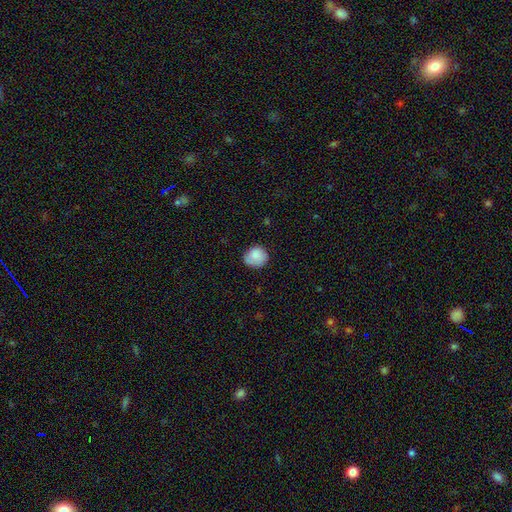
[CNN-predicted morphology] Q: Smooth or featured?
A: smooth (83%); runner-up: featured or disk (9%)
Q: How rounded?
A: round (76%); runner-up: in between (23%)
Q: Merging?
A: none (72%); runner-up: minor disturbance (22%)